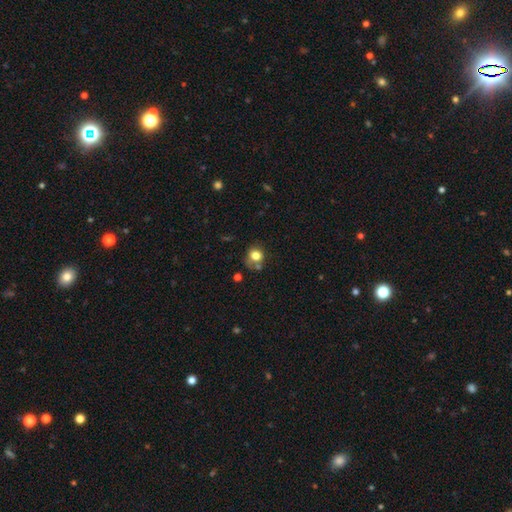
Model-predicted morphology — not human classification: This is likely a smooth galaxy (78%). How rounded: likely round (76%). Merging: possibly none (56%).